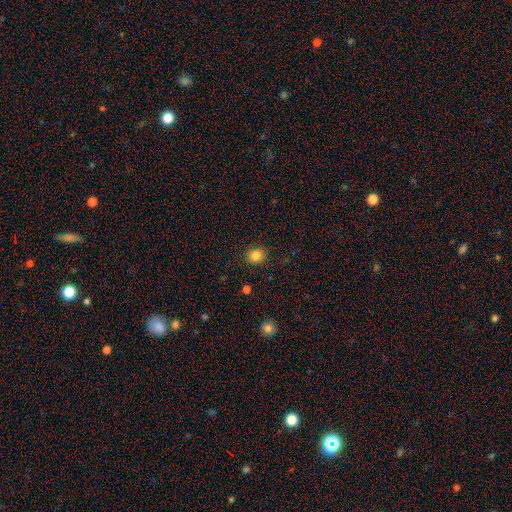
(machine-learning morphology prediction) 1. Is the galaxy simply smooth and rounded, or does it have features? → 85% smooth, 11% star or artifact, 5% featured or disk.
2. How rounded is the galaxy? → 76% round, 23% in between, 1% cigar-shaped.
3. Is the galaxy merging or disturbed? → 89% none, 8% minor disturbance, 2% major disturbance, 1% merger.